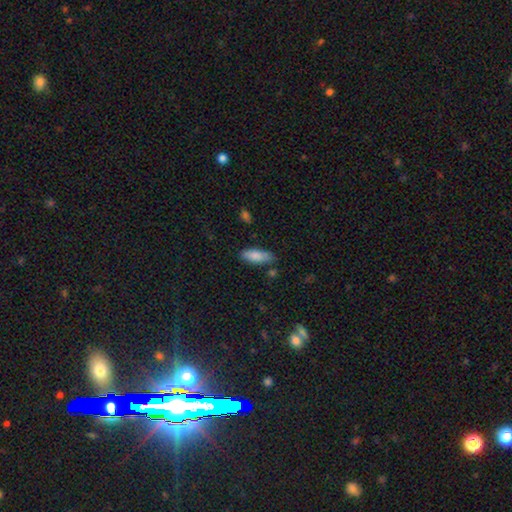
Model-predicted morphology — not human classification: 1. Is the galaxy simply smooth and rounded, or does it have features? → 83% smooth, 10% featured or disk, 7% star or artifact.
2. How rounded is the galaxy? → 70% in between, 28% cigar-shaped, 2% round.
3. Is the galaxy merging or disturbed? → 78% none, 15% minor disturbance, 4% merger, 3% major disturbance.